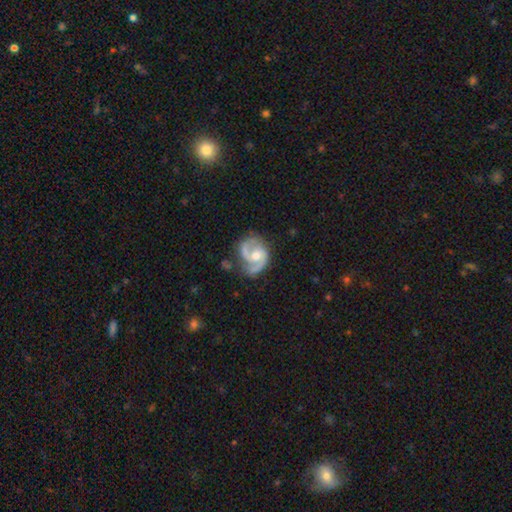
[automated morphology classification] This is clearly a featured or disk galaxy (86%). It is clearly not viewed edge-on (98%). Bar: possibly no (55%). Spiral arm pattern: clearly yes (96%). Spiral arm count: clearly 2 (83%). Spiral winding: possibly medium (54%). Central bulge: likely moderate (62%). Merging: likely none (62%).